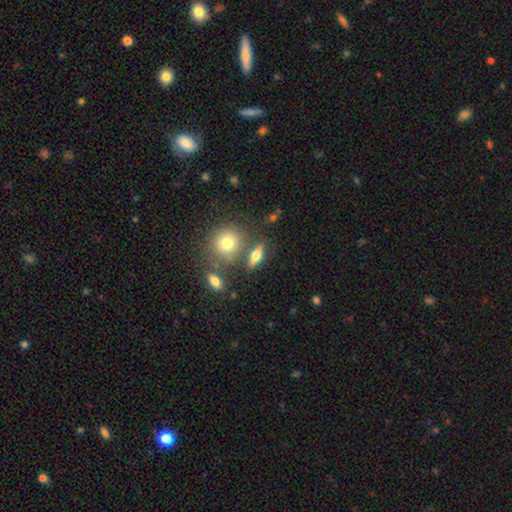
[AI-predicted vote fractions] smooth_or_featured: smooth (p=0.51) [alt: featured or disk p=0.38]
how_rounded: in between (p=0.48) [alt: cigar-shaped p=0.30]
merging: none (p=0.74) [alt: minor disturbance p=0.11]